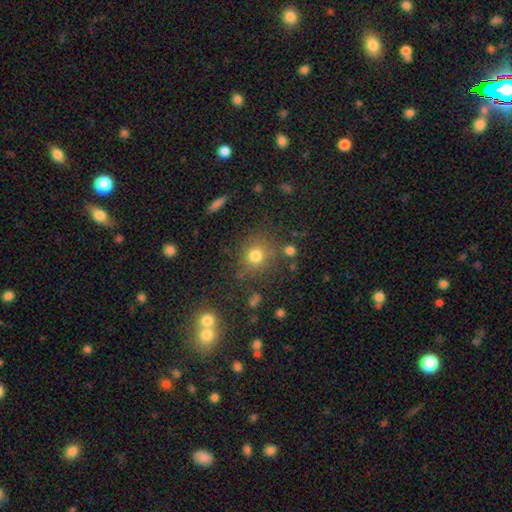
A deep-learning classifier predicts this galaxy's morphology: type=smooth (76%); roundness=round (86%); merging=none (77%).